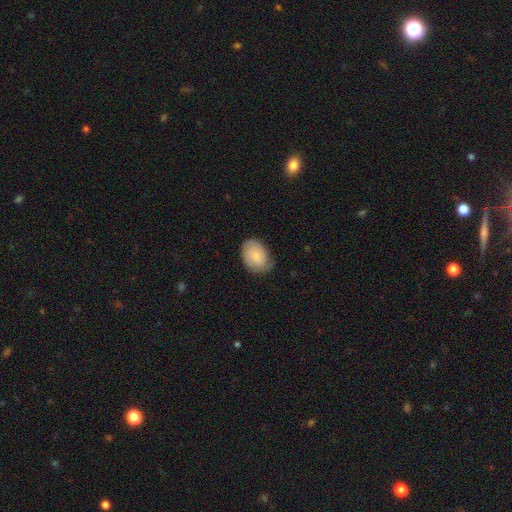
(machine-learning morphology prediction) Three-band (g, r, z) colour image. It shows a smooth galaxy with no disk features (59%) that is in between round and cigar-shaped (74%). Merging: none (69%).